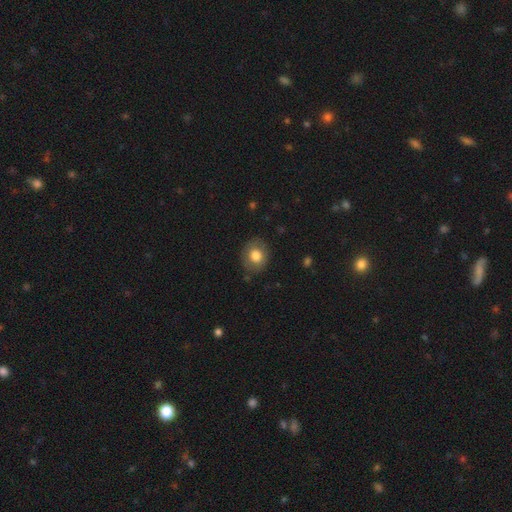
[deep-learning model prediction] Smooth or featured?
  - smooth: 76% *
  - featured or disk: 15%
  - star or artifact: 8%
How rounded?
  - round: 65% *
  - in between: 35%
  - cigar-shaped: 1%
Merging?
  - none: 82% *
  - minor disturbance: 13%
  - major disturbance: 4%
  - merger: 1%